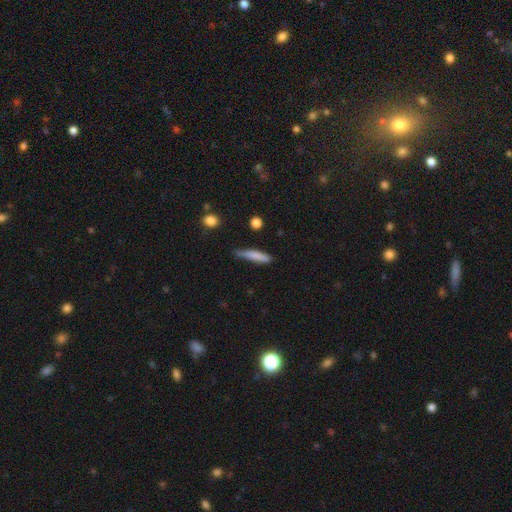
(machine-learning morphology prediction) A smooth galaxy with no disk features (77%) that is cigar-shaped (86%). Merging: none (61%).